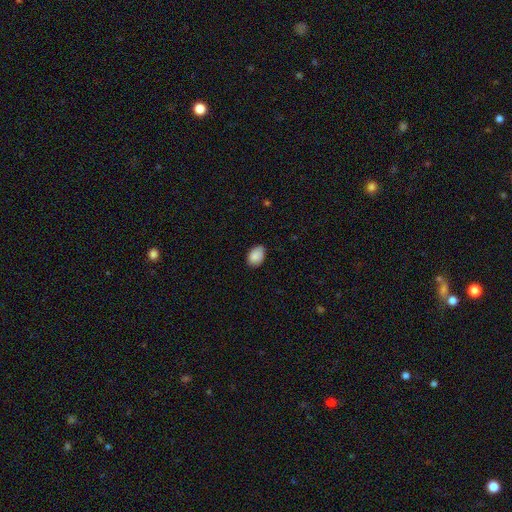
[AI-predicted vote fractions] Overall: smooth (89%). How rounded: in between (84%). Merging: none (79%).